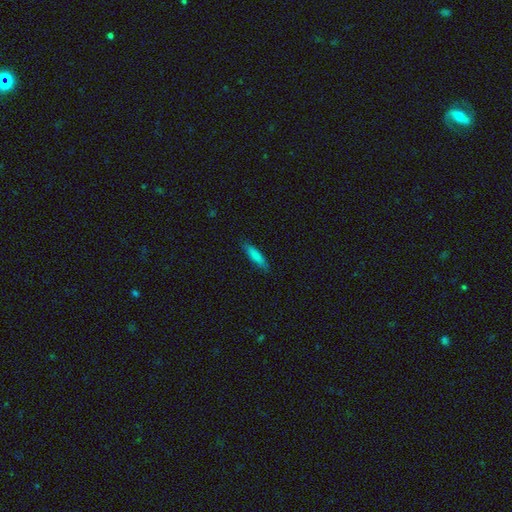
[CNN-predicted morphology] A smooth galaxy with no disk features (82%) that is cigar-shaped (76%). Merging: none (86%).